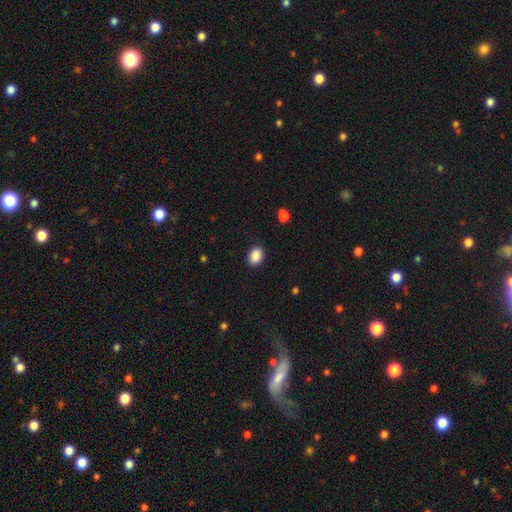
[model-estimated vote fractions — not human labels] A smooth galaxy with no disk features (89%) that is in between round and cigar-shaped (72%). Merging: none (89%).